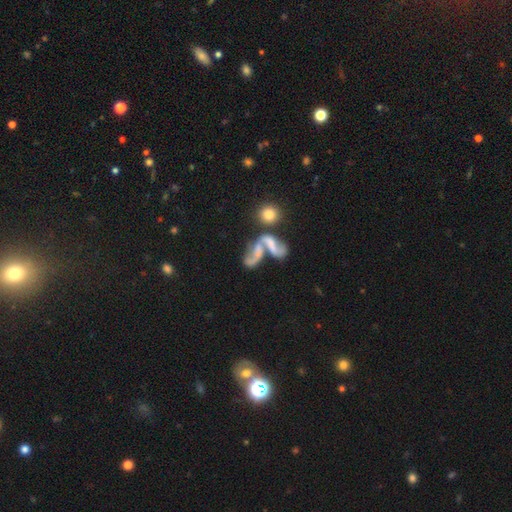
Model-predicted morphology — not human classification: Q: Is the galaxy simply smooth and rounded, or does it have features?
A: featured or disk — 66%.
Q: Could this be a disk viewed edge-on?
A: no — 94%.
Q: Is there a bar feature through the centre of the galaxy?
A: no — 50%.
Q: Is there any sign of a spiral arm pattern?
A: yes — 75%.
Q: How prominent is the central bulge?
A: none — 47%.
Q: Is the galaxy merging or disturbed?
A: merger — 53%.